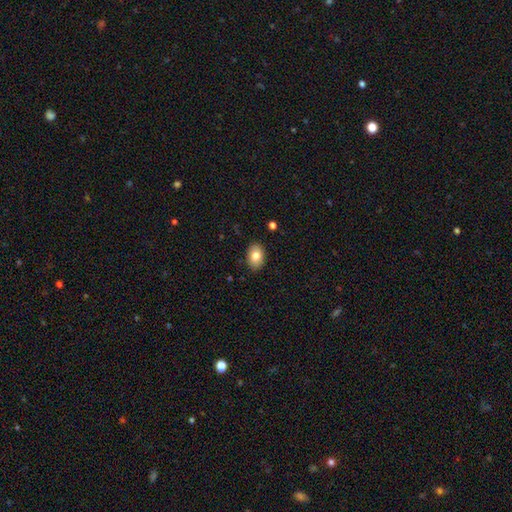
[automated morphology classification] smooth_or_featured: smooth (p=0.81) [alt: featured or disk p=0.11]
how_rounded: in between (p=0.81) [alt: round p=0.18]
merging: none (p=0.89) [alt: minor disturbance p=0.08]